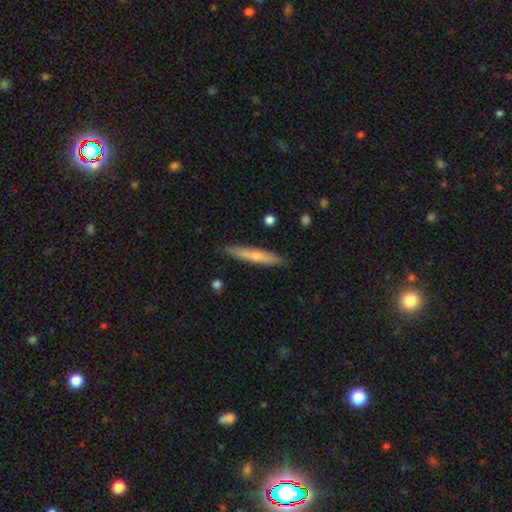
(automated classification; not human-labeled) A smooth galaxy with no disk features (52%) that is cigar-shaped (93%). Merging: none (88%).